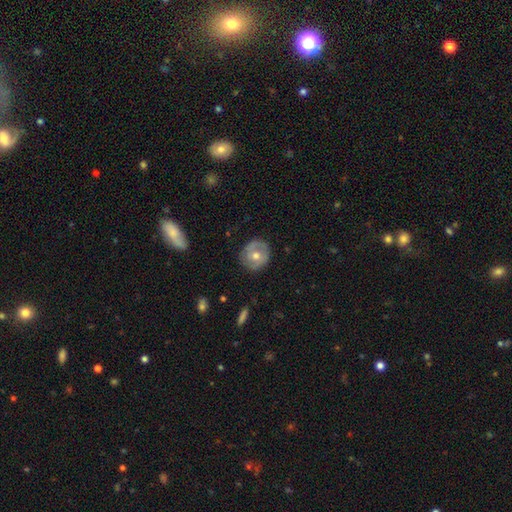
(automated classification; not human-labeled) Morphology: type=featured or disk (51%); edge-on=no (95%); merging=none (80%).